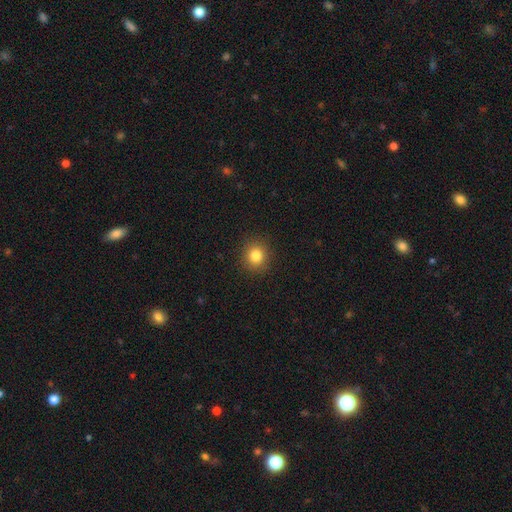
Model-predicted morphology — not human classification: Smooth or featured? smooth (83%)
How rounded? round (88%)
Merging? none (91%)